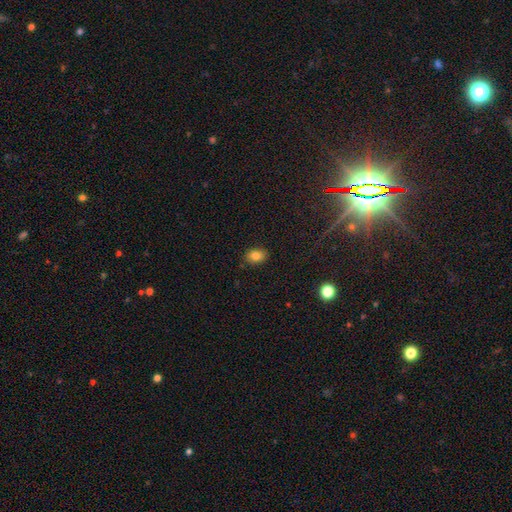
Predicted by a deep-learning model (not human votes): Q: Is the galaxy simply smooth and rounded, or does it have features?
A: smooth — 82%.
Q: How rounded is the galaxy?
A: in between — 72%.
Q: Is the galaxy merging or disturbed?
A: none — 86%.